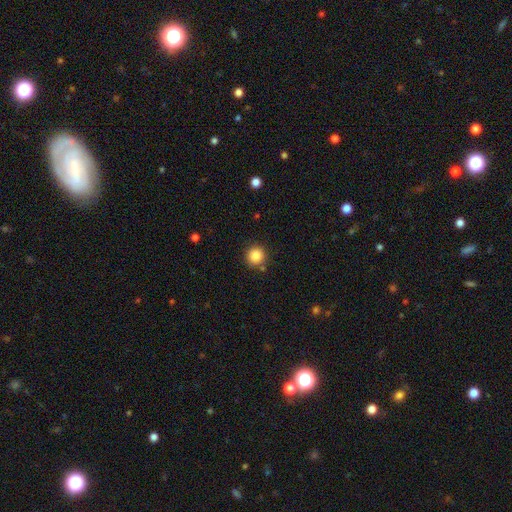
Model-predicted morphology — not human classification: A smooth galaxy with no disk features (86%) that is round (94%). Merging: none (86%).